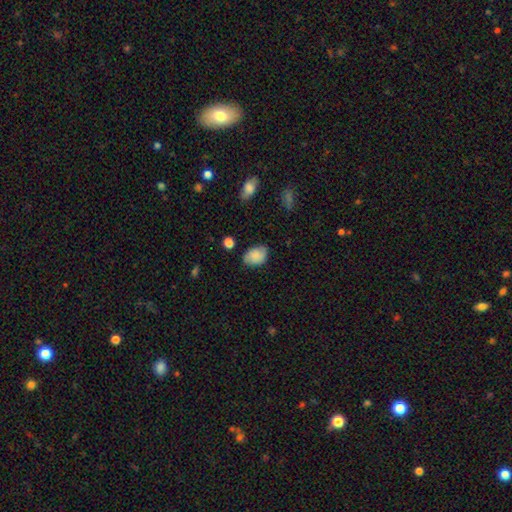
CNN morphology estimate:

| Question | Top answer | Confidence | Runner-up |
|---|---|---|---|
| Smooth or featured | smooth | 83% | featured or disk (9%) |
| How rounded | in between | 77% | round (22%) |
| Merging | none | 70% | minor disturbance (23%) |